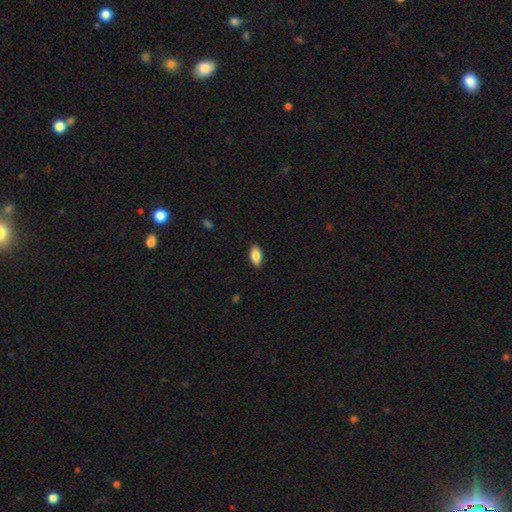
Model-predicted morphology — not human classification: This is clearly a smooth galaxy (83%). How rounded: clearly in between (88%). Merging: clearly none (87%).